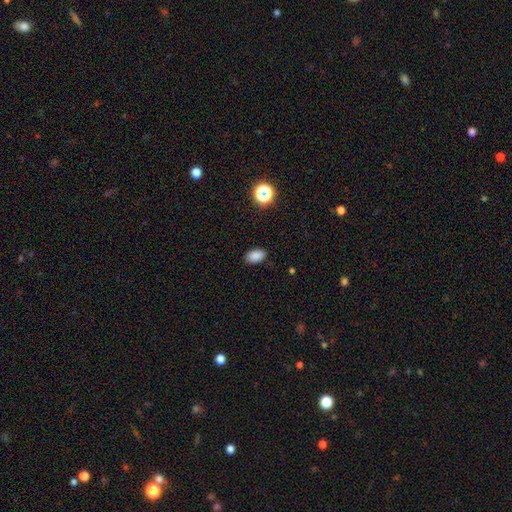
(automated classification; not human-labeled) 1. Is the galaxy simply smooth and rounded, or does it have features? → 86% smooth, 11% star or artifact, 4% featured or disk.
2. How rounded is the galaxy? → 91% in between, 8% round, 2% cigar-shaped.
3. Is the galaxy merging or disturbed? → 87% none, 9% minor disturbance, 2% major disturbance, 1% merger.